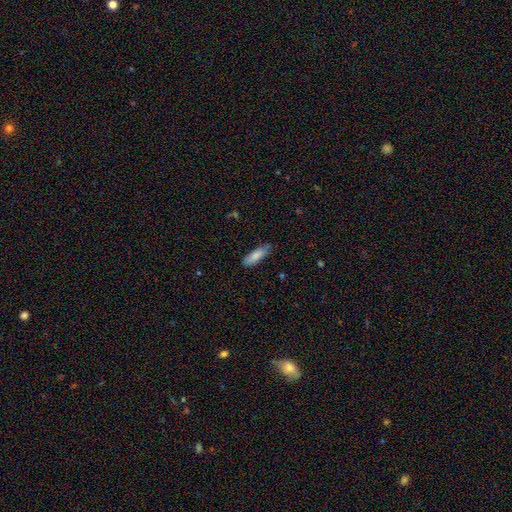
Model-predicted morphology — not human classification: This appears to be a smooth galaxy with no disk features (82%) that is in between round and cigar-shaped (51%). Merging: none (77%).